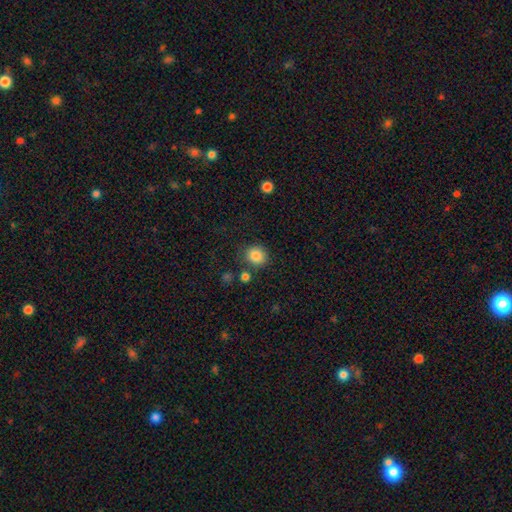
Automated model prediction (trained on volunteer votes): This appears to be a smooth galaxy with no disk features (84%) that is round (80%). Merging: none (81%).